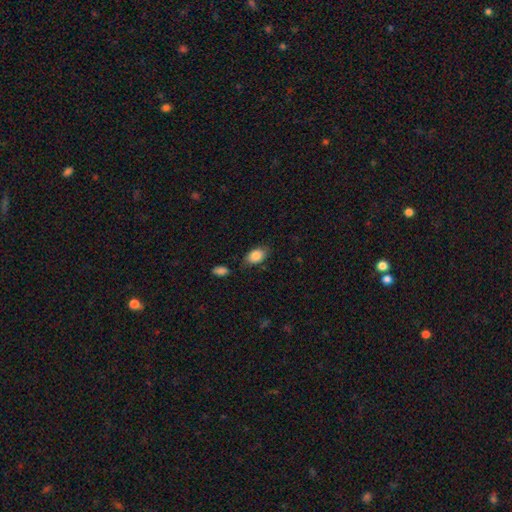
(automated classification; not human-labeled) Q: Smooth or featured?
A: smooth (85%); runner-up: star or artifact (7%)
Q: How rounded?
A: in between (87%); runner-up: round (11%)
Q: Merging?
A: none (74%); runner-up: minor disturbance (18%)